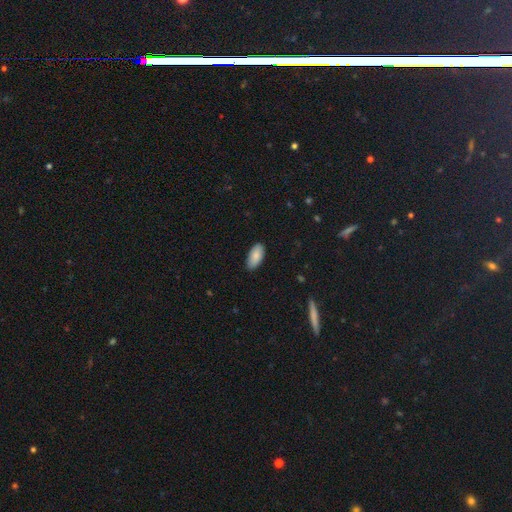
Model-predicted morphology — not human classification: Smooth or featured?
  - smooth: 87% *
  - featured or disk: 7%
  - star or artifact: 6%
How rounded?
  - in between: 92% *
  - cigar-shaped: 6%
  - round: 2%
Merging?
  - none: 87% *
  - minor disturbance: 10%
  - major disturbance: 2%
  - merger: 1%